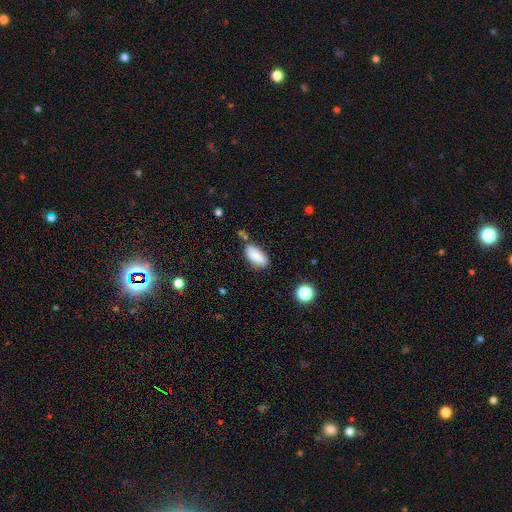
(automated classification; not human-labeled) Overall: smooth (87%). How rounded: in between (88%). Merging: none (71%).